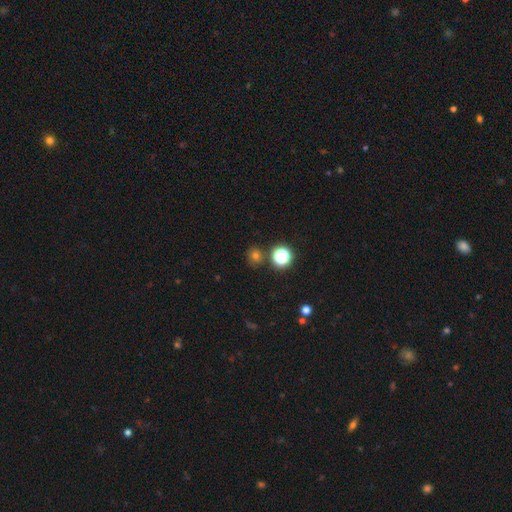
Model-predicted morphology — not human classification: Smooth or featured: smooth — 65% (star or artifact — 28%)
How rounded: round — 80% (in between — 19%)
Merging: none — 80% (minor disturbance — 10%)